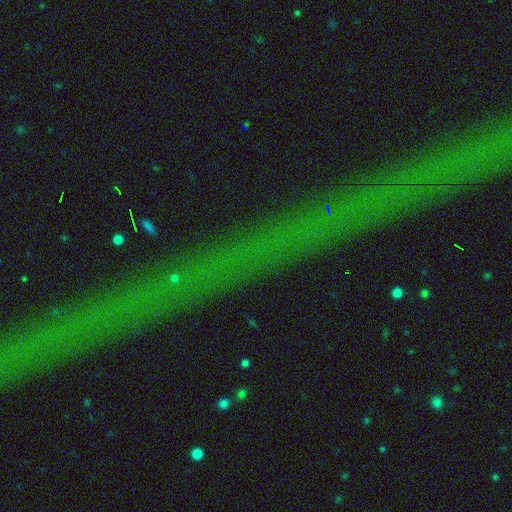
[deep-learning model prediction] A star or artifact, not a galaxy (75%).